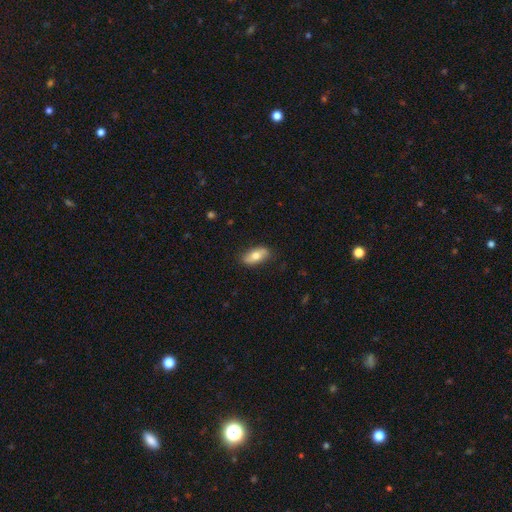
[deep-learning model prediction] Morphology: type=smooth (71%); roundness=in between (84%); merging=none (85%).